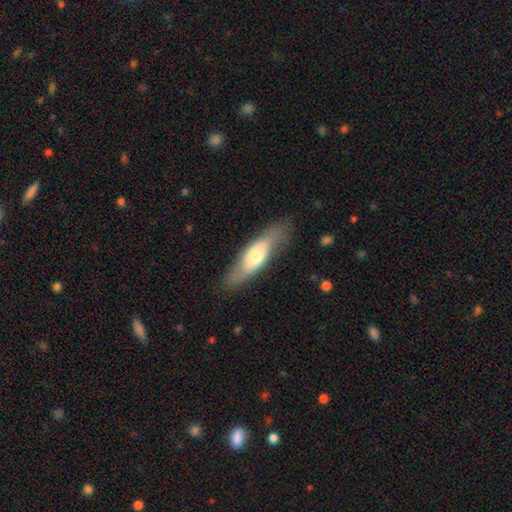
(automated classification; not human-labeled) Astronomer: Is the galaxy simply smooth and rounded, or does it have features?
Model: smooth — 55% (runner-up: featured or disk, 39%).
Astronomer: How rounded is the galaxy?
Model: cigar-shaped — 54% (runner-up: in between, 44%).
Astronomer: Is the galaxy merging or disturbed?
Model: none — 79%.